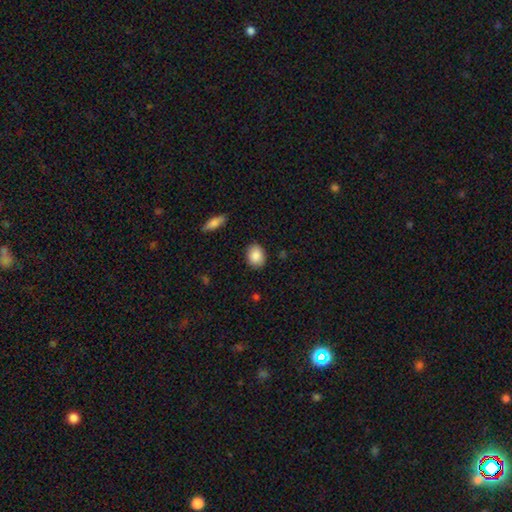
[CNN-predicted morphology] The model was most divided on "how rounded": in between: 61%, round: 37%, cigar-shaped: 1%. More confident: smooth or featured — smooth (87%); merging — none (86%).